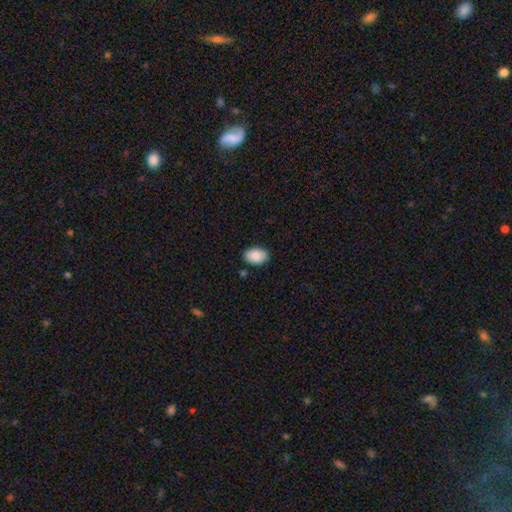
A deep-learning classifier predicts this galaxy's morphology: smooth 89%, star or artifact 7%, featured or disk 5%. Down the decision tree: how rounded — in between (87%); merging — none (86%).